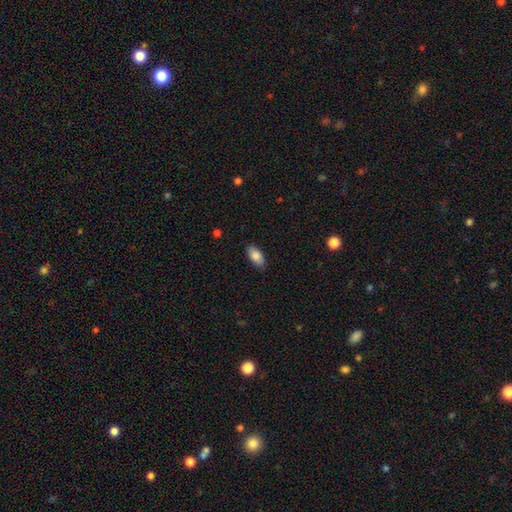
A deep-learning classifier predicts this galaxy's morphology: Overall: smooth (84%). How rounded: in between (92%). Merging: none (86%).